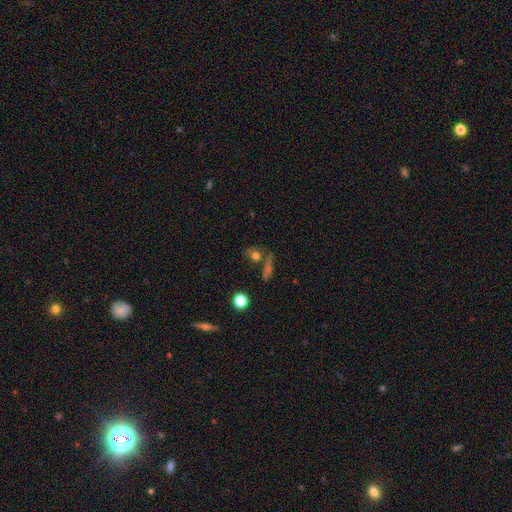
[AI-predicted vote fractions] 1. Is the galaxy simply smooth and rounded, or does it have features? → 69% smooth, 17% star or artifact, 14% featured or disk.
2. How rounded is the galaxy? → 62% round, 31% in between, 7% cigar-shaped.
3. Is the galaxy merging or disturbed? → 61% none, 20% merger, 13% minor disturbance, 7% major disturbance.